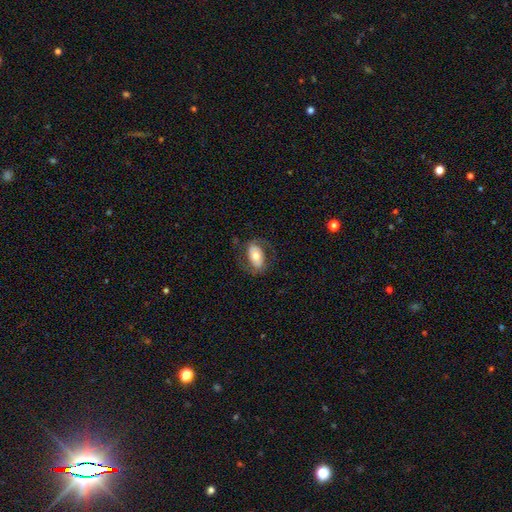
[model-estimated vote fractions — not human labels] smooth 48%, featured or disk 45%, star or artifact 7%. Down the decision tree: merging — none (71%).